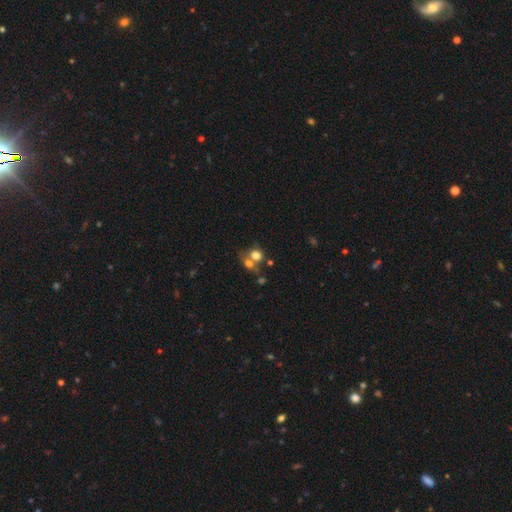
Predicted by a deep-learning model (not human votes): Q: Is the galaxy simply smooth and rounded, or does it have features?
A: smooth — 71%.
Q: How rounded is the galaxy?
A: round — 72%.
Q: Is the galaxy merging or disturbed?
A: merger — 51%.